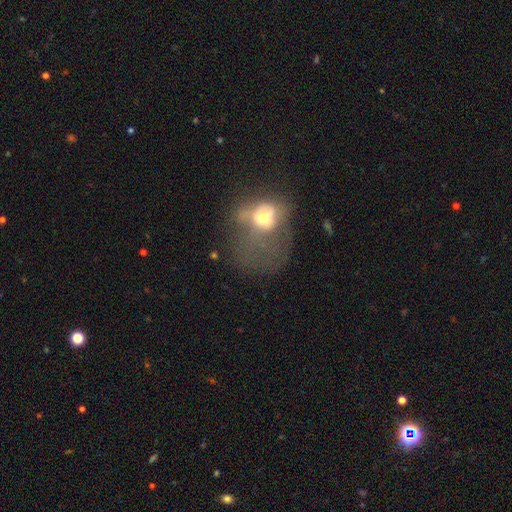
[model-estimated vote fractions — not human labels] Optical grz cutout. It shows a smooth galaxy with no disk features (47%). Merging: major disturbance (52%).